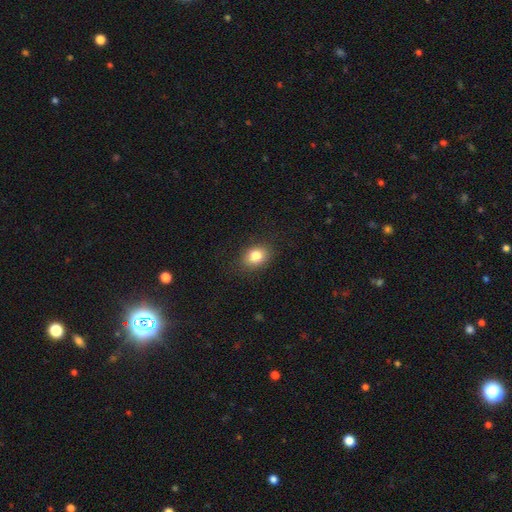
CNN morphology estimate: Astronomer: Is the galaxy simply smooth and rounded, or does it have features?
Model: smooth — 82%.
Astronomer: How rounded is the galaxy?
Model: in between — 58% (runner-up: round, 41%).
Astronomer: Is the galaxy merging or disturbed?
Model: none — 86%.